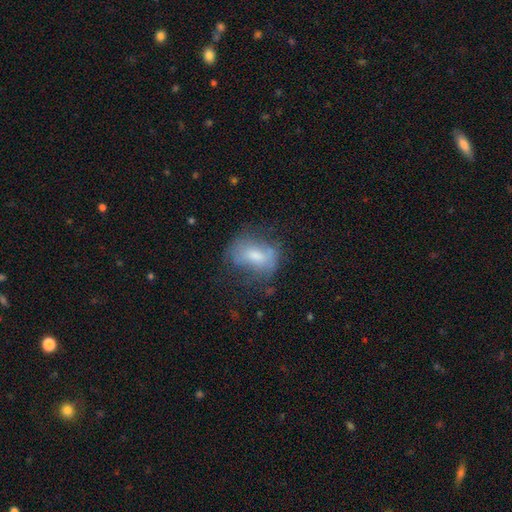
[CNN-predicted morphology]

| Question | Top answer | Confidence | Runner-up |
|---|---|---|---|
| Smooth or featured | smooth | 54% | featured or disk (36%) |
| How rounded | in between | 73% | round (24%) |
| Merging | none | 53% | minor disturbance (27%) |